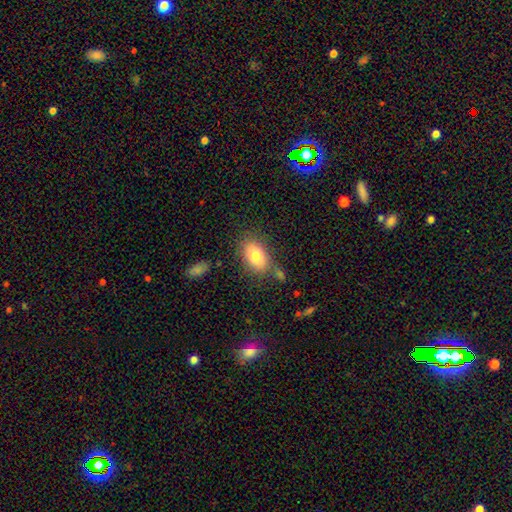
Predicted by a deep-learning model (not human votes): The model was most divided on "merging": none: 72%, minor disturbance: 16%, merger: 7%, major disturbance: 5%. More confident: how rounded — in between (87%); smooth or featured — smooth (79%).